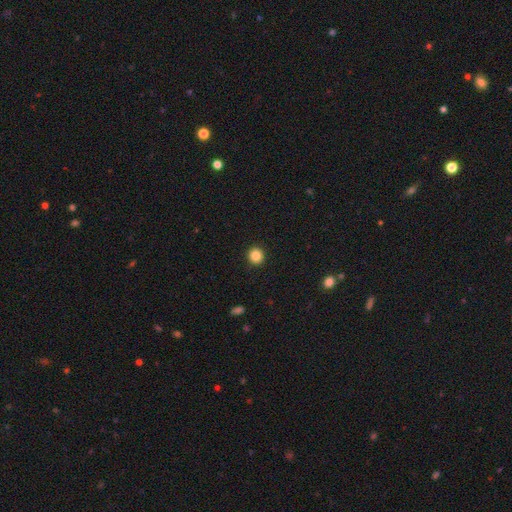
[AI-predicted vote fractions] A smooth galaxy with no disk features (86%) that is round (93%). Merging: none (93%).